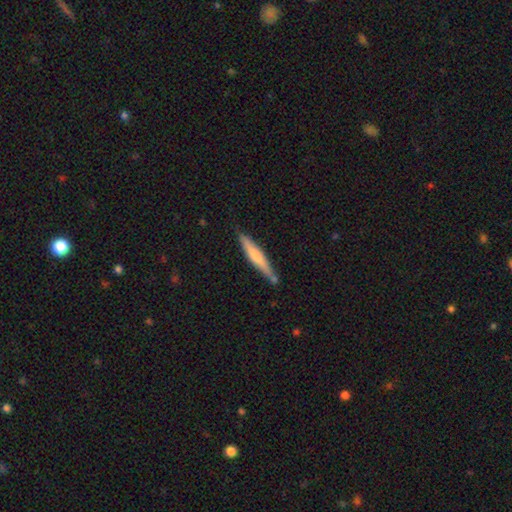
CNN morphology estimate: type=smooth (58%); roundness=cigar-shaped (92%); merging=none (73%).